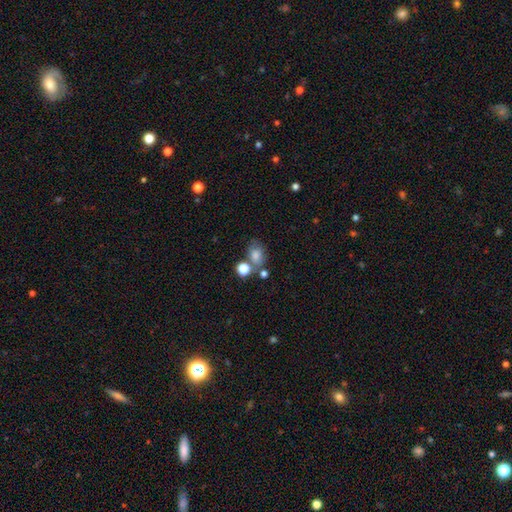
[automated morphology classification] The model was most divided on "how rounded": in between: 61%, round: 38%, cigar-shaped: 1%. More confident: smooth or featured — smooth (76%); merging — none (51%).